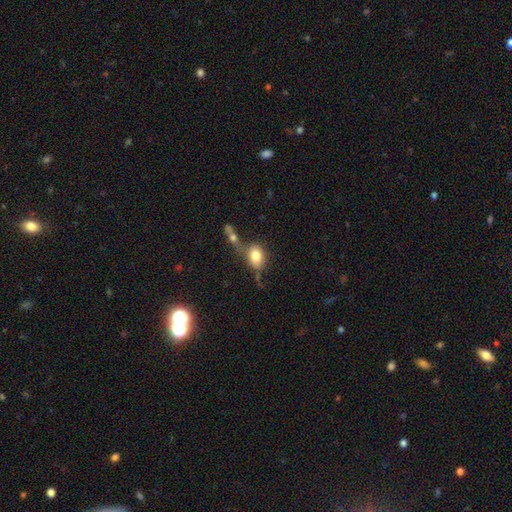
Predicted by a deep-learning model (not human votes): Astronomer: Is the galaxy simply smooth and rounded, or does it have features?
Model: smooth — 78%.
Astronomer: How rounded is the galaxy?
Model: in between — 70%.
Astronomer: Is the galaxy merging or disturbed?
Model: none — 39% (runner-up: merger, 34%).